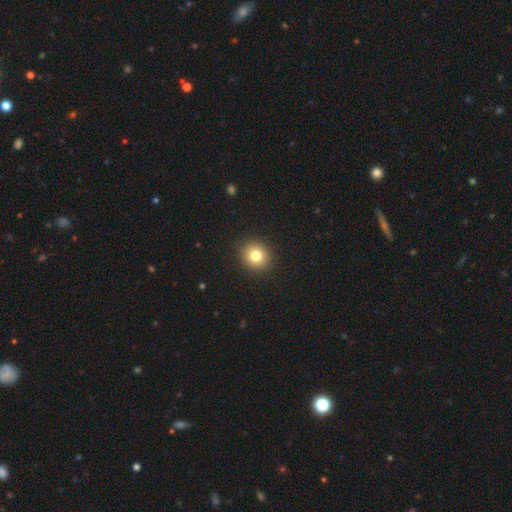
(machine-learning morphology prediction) smooth-or-featured: smooth: 81% | star or artifact: 11% | featured or disk: 8%
  how-rounded: round: 86% | in between: 13% | cigar-shaped: 1%
  merging: none: 92% | minor disturbance: 5% | major disturbance: 2% | merger: 1%